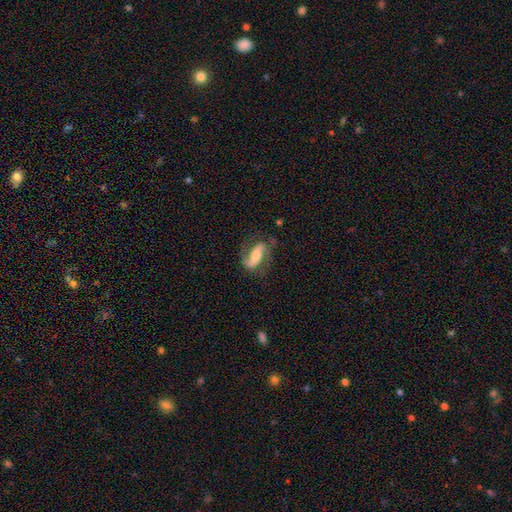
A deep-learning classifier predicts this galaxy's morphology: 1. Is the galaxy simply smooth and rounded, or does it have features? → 72% featured or disk, 22% smooth, 7% star or artifact.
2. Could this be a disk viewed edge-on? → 90% no, 10% yes.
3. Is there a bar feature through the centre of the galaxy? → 46% strong, 28% weak, 26% no.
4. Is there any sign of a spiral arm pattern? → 91% yes, 9% no.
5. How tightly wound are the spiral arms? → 45% loose, 38% medium, 17% tight.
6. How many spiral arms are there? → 81% 2, 11% 1, 5% can't tell, 1% 3, 1% 4, 1% more than 4.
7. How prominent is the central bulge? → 49% moderate, 34% small, 11% large, 5% none, 2% dominant.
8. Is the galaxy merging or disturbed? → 66% none, 19% minor disturbance, 13% major disturbance, 2% merger.